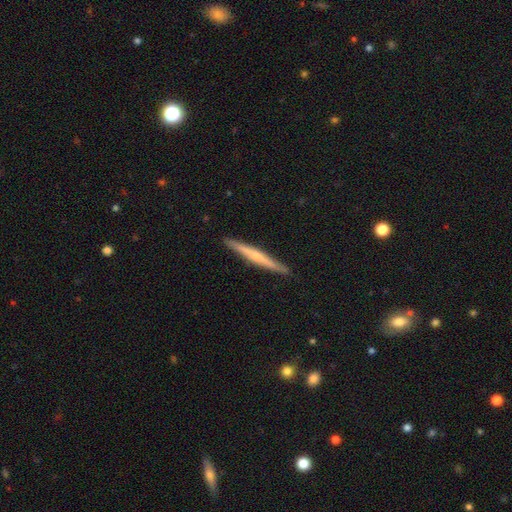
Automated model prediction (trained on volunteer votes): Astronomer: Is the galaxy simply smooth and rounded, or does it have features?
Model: featured or disk — 58% (runner-up: smooth, 37%).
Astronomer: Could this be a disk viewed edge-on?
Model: yes — 98%.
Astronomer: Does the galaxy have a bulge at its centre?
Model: rounded — 49% (runner-up: none, 43%).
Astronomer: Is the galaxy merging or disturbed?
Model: none — 92%.